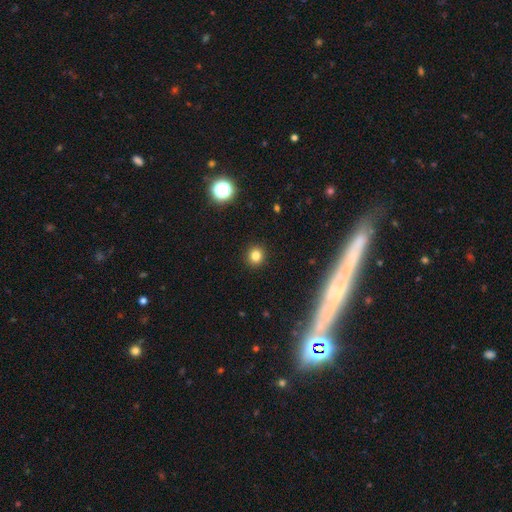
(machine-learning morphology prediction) This is clearly a smooth galaxy (80%). How rounded: clearly round (89%). Merging: clearly none (92%).